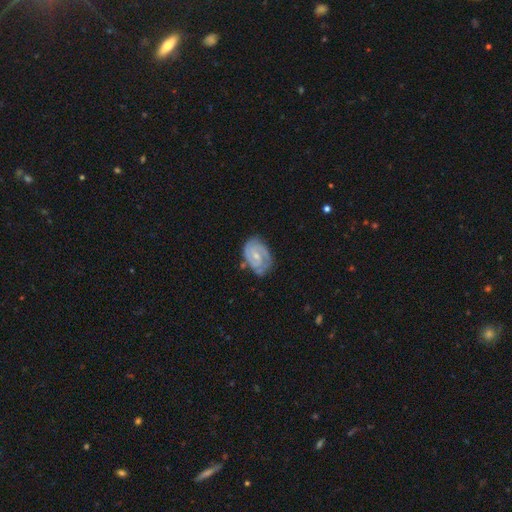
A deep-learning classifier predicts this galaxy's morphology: A featured or disk galaxy (83%) with no bar (46%), 2 (69%) tight (58%) spiral arms (95%) and a small central bulge (59%).

Vote fractions:
- Smooth or featured? featured or disk: 83% / smooth: 12% / star or artifact: 5%
- Edge-on disk? no: 97% / yes: 3%
- Bar? no: 46% / weak: 45% / strong: 9%
- Spiral arms? yes: 95% / no: 5%
- Spiral winding? tight: 58% / medium: 35% / loose: 7%
- Spiral arm count? 2: 69% / can't tell: 12% / 3: 12% / 1: 3% / 4: 2% / more than 4: 2%
- Bulge size? small: 59% / moderate: 35% / none: 4% / large: 1% / dominant: 1%
- Merging? none: 69% / minor disturbance: 22% / major disturbance: 6% / merger: 3%